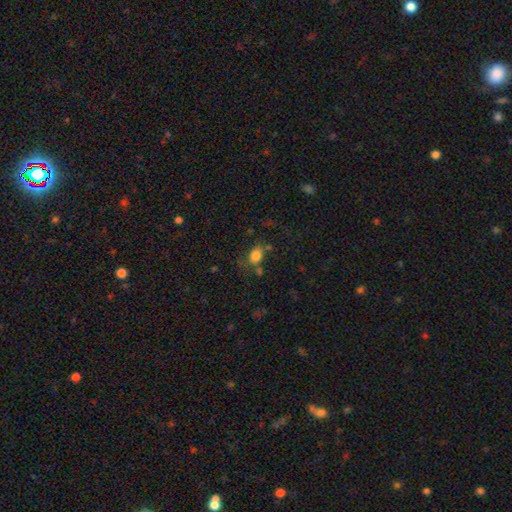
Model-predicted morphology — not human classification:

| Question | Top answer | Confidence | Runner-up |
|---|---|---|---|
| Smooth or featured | smooth | 79% | star or artifact (11%) |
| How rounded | in between | 63% | round (36%) |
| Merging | none | 55% | minor disturbance (20%) |